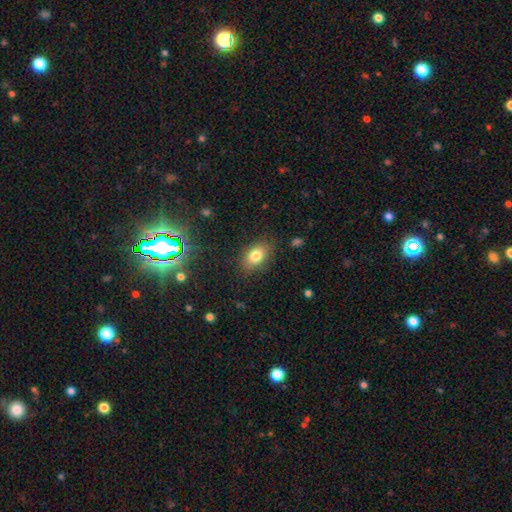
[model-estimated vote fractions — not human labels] Q: Smooth or featured?
A: smooth (79%); runner-up: featured or disk (11%)
Q: How rounded?
A: in between (83%); runner-up: round (15%)
Q: Merging?
A: none (82%); runner-up: minor disturbance (13%)